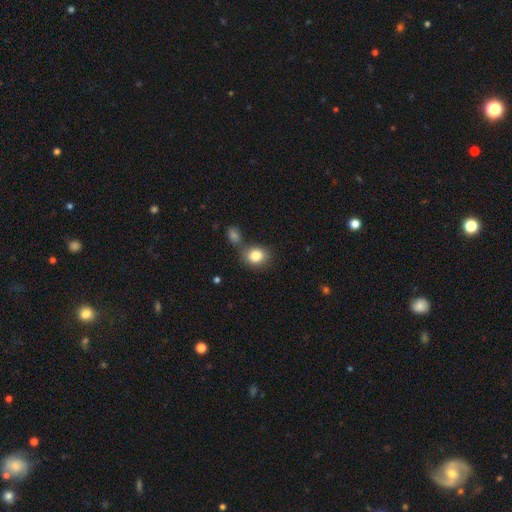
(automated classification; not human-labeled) This appears to be a smooth galaxy with no disk features (83%) that is round (58%). Merging: none (60%).